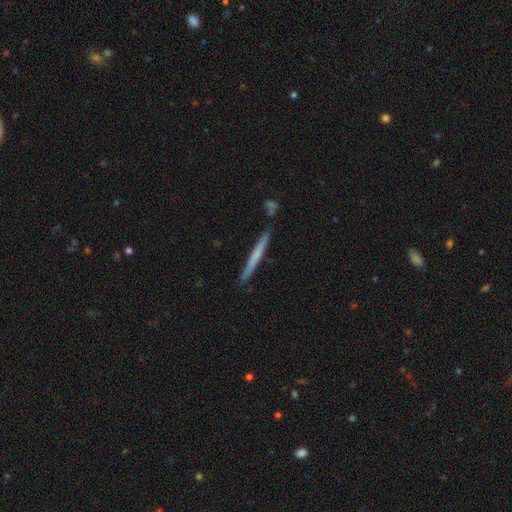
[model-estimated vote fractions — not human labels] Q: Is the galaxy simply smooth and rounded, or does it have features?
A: smooth — 50%.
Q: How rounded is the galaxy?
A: cigar-shaped — 97%.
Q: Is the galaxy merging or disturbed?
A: none — 87%.